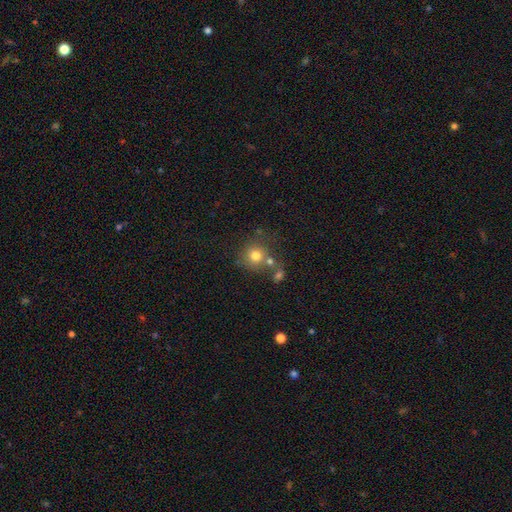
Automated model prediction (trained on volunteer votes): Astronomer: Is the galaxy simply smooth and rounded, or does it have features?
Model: smooth — 76%.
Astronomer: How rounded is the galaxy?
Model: round — 88%.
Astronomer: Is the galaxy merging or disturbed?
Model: none — 58%.